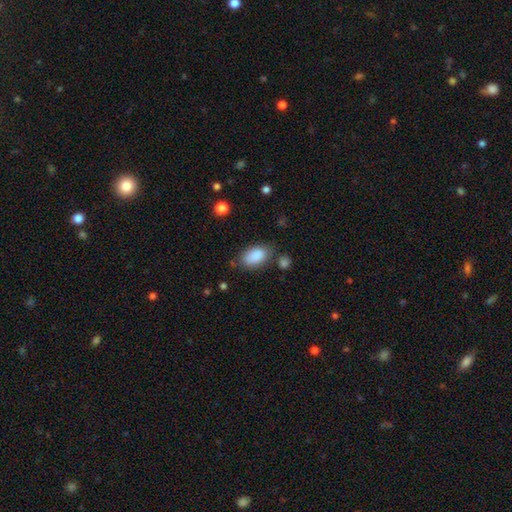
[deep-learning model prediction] smooth_or_featured: smooth (p=0.87) [alt: star or artifact p=0.07]
how_rounded: in between (p=0.92) [alt: round p=0.06]
merging: none (p=0.68) [alt: minor disturbance p=0.20]